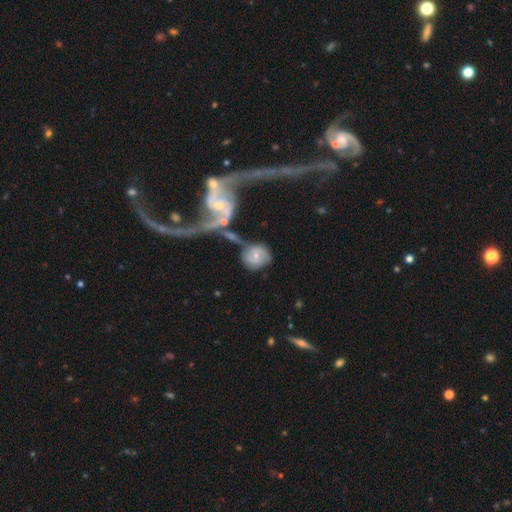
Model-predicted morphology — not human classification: featured or disk 66%, smooth 27%, star or artifact 7%. Down the decision tree: edge-on disk — no (96%); bar — no (56%); spiral arms — yes (87%); spiral arm count — 2 (62%); spiral winding — medium (40%); bulge size — small (59%); merging — none (39%).